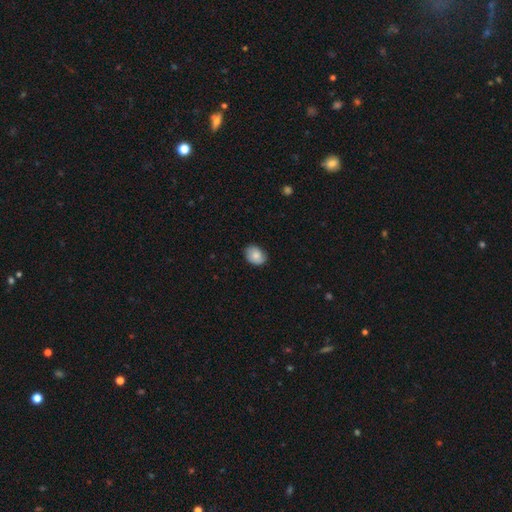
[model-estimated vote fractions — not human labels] This appears to be a smooth galaxy with no disk features (78%) that is in between round and cigar-shaped (64%). Merging: none (75%).